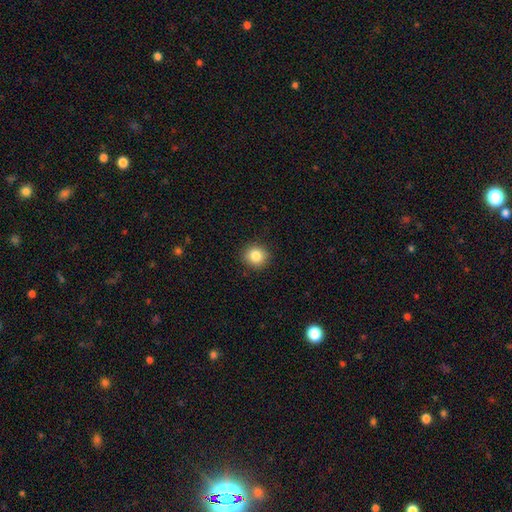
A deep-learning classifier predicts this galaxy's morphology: A smooth galaxy with no disk features (85%) that is round (89%). Merging: none (91%).